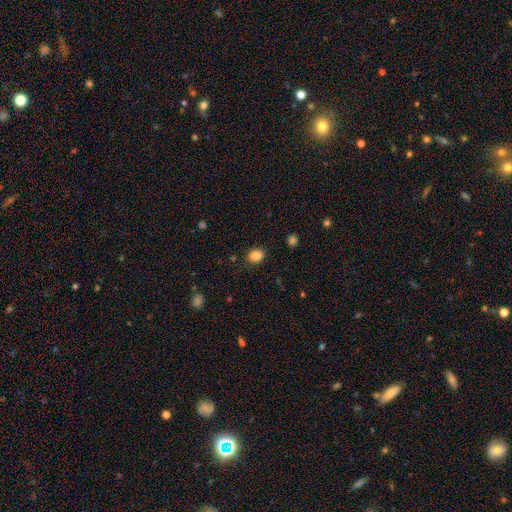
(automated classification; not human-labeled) A smooth galaxy with no disk features (86%) that is in between round and cigar-shaped (56%).

Vote fractions:
- Smooth or featured? smooth: 86% / star or artifact: 10% / featured or disk: 4%
- How rounded? in between: 56% / round: 43% / cigar-shaped: 1%
- Merging? none: 85% / minor disturbance: 10% / major disturbance: 3% / merger: 1%